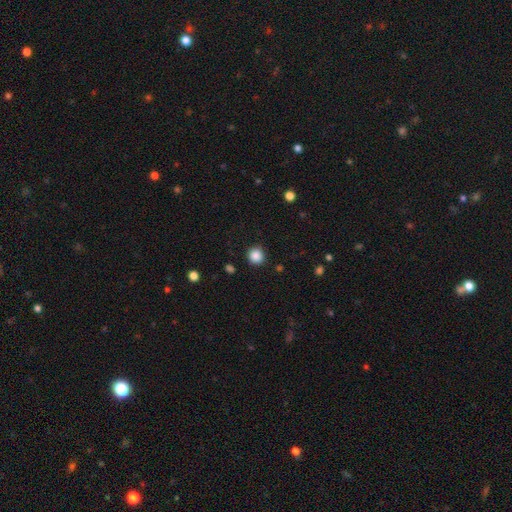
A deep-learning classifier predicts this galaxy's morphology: smooth-or-featured: smooth: 87% | star or artifact: 10% | featured or disk: 3%
  how-rounded: round: 93% | in between: 6% | cigar-shaped: 1%
  merging: none: 90% | minor disturbance: 6% | major disturbance: 2% | merger: 1%